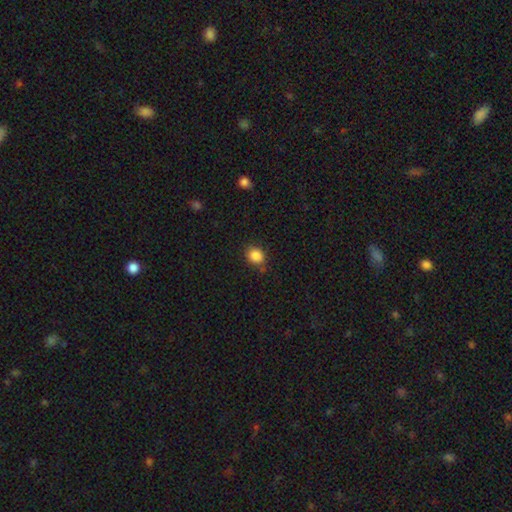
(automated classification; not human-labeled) smooth-or-featured: smooth: 86% | star or artifact: 10% | featured or disk: 4%
  how-rounded: round: 65% | in between: 34% | cigar-shaped: 1%
  merging: none: 80% | minor disturbance: 13% | major disturbance: 3% | merger: 3%